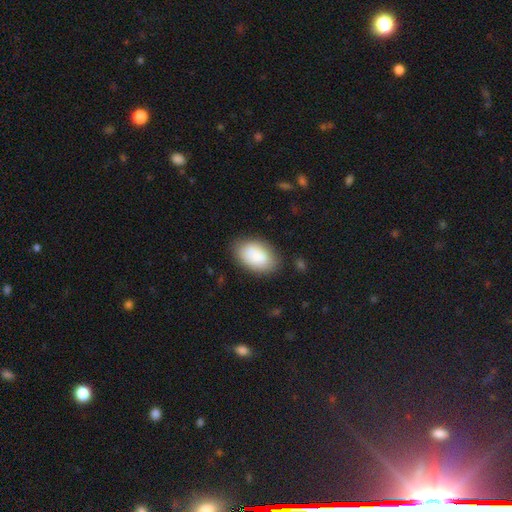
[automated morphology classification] Smooth or featured?
  - smooth: 87% *
  - featured or disk: 7%
  - star or artifact: 6%
How rounded?
  - in between: 92% *
  - round: 7%
  - cigar-shaped: 1%
Merging?
  - none: 82% *
  - minor disturbance: 13%
  - major disturbance: 4%
  - merger: 2%